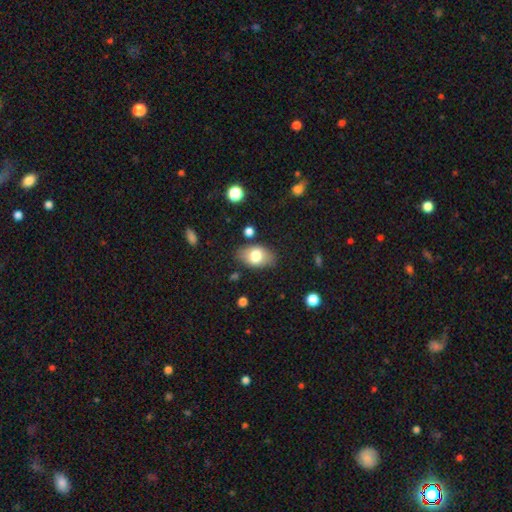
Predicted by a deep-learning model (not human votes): This is likely a smooth galaxy (74%). How rounded: clearly in between (87%). Merging: likely none (80%).